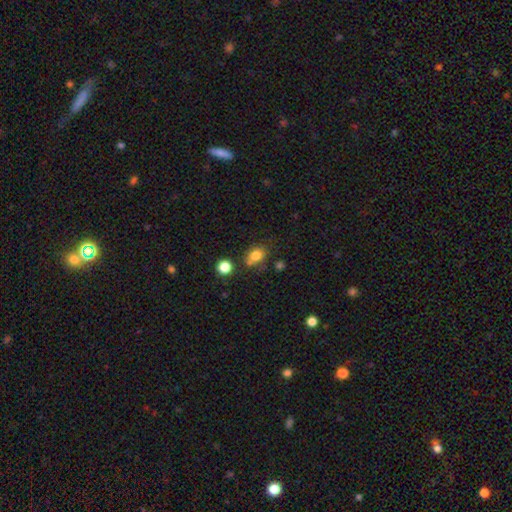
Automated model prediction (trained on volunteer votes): Smooth or featured: smooth — 79% (star or artifact — 12%)
How rounded: in between — 61% (round — 38%)
Merging: none — 59% (minor disturbance — 21%)